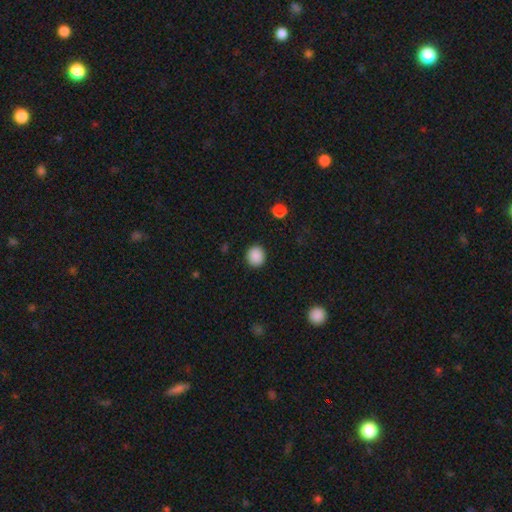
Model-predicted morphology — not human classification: The model was most divided on "how rounded": round: 87%, in between: 12%, cigar-shaped: 1%. More confident: merging — none (91%); smooth or featured — smooth (89%).